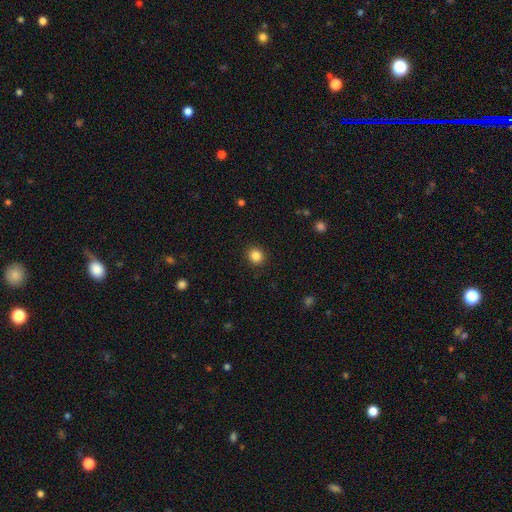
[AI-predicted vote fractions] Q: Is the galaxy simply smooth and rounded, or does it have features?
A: smooth — 86%.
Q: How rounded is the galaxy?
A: round — 87%.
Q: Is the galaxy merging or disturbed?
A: none — 91%.